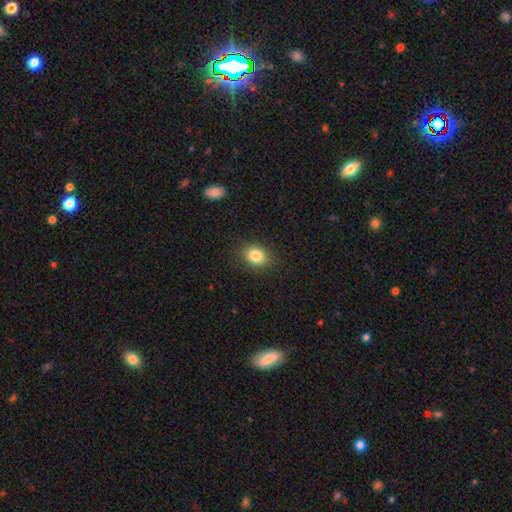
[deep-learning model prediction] The model was most divided on "how rounded": in between: 51%, round: 48%, cigar-shaped: 1%. More confident: merging — none (86%); smooth or featured — smooth (84%).